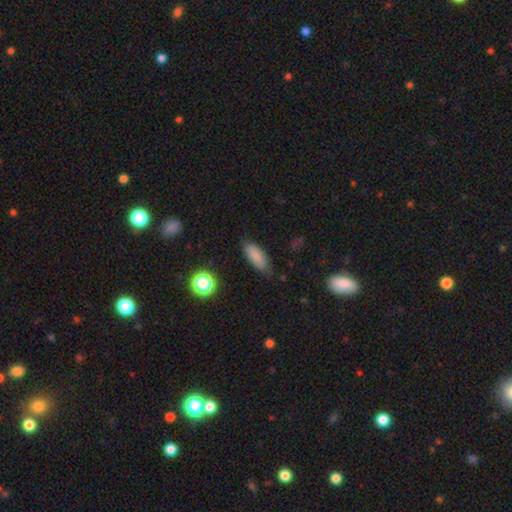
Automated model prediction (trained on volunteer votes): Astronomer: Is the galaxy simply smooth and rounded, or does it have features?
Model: smooth — 83%.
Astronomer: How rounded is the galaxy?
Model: in between — 80%.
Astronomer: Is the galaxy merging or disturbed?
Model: none — 74%.